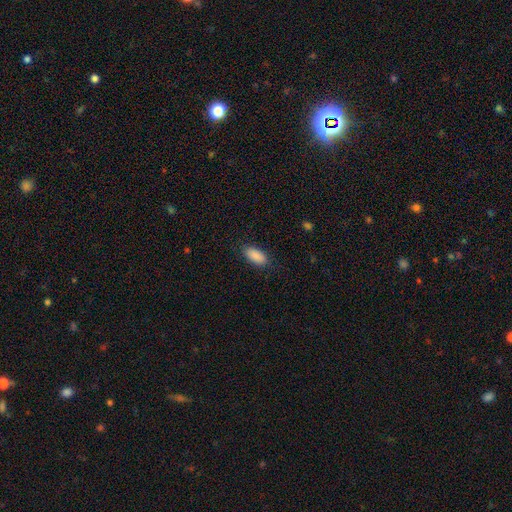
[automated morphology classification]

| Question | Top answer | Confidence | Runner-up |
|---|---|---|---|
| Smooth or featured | smooth | 90% | star or artifact (6%) |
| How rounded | in between | 89% | cigar-shaped (9%) |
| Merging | none | 86% | minor disturbance (10%) |